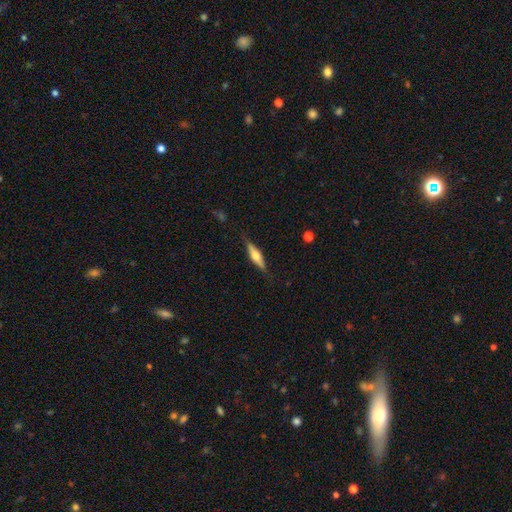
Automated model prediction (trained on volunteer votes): The model was most divided on "smooth or featured": featured or disk: 55%, smooth: 39%, star or artifact: 6%. More confident: edge-on disk — yes (94%); edge-on bulge — rounded (87%); merging — none (83%).